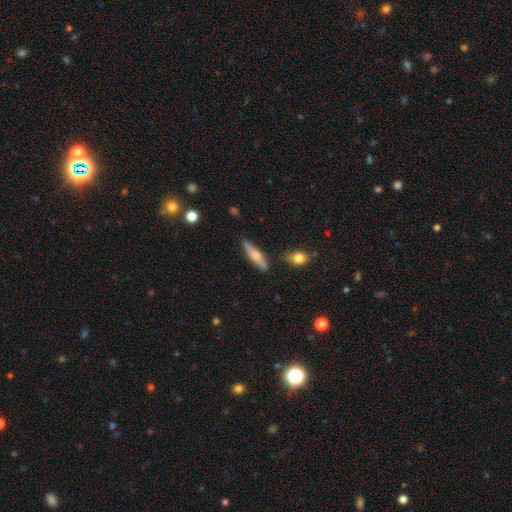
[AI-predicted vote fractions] Morphology: type=smooth (55%); roundness=cigar-shaped (76%); merging=none (84%).